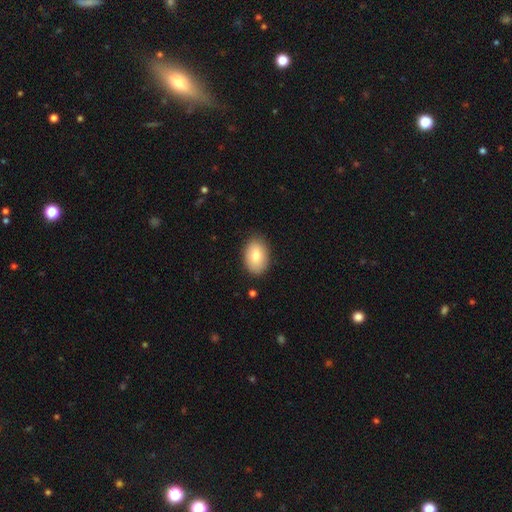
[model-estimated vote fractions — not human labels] Smooth or featured: smooth — 79% (featured or disk — 14%)
How rounded: in between — 85% (round — 14%)
Merging: none — 85% (minor disturbance — 11%)